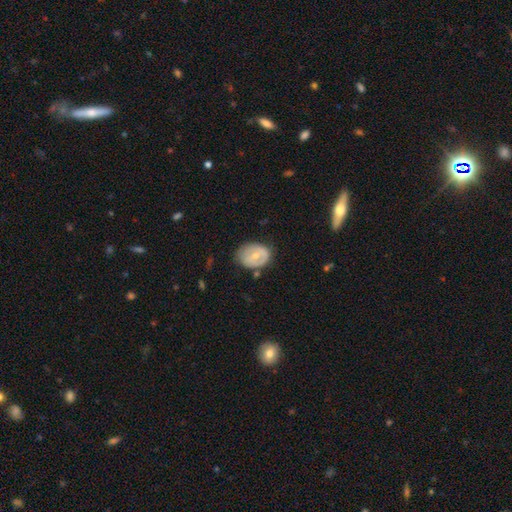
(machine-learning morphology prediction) A smooth galaxy with no disk features (51%) that is in between round and cigar-shaped (63%).

Vote fractions:
- Smooth or featured? smooth: 51% / featured or disk: 42% / star or artifact: 7%
- How rounded? in between: 63% / round: 36% / cigar-shaped: 1%
- Merging? none: 58% / minor disturbance: 30% / major disturbance: 9% / merger: 3%